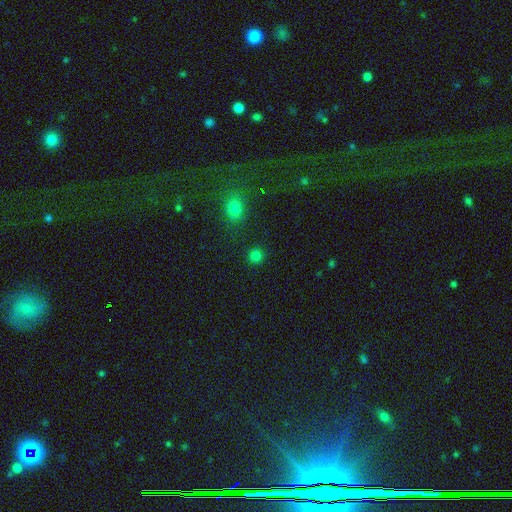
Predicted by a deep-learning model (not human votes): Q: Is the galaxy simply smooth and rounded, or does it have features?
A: smooth — 80%.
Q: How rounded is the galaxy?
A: round — 91%.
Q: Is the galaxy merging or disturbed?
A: none — 89%.